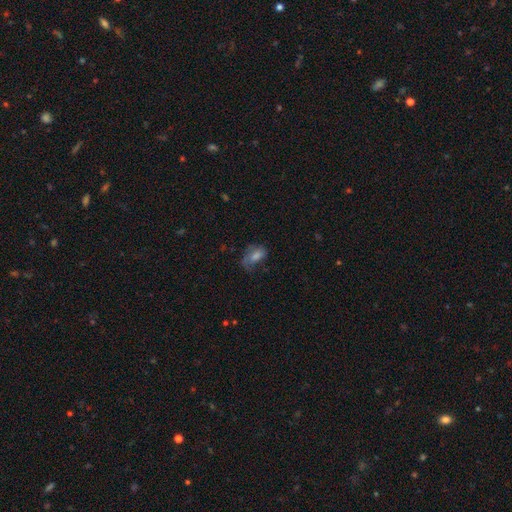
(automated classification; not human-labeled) Smooth or featured?
  - smooth: 46% *
  - featured or disk: 38%
  - star or artifact: 16%
Merging?
  - none: 51% *
  - minor disturbance: 25%
  - major disturbance: 22%
  - merger: 2%